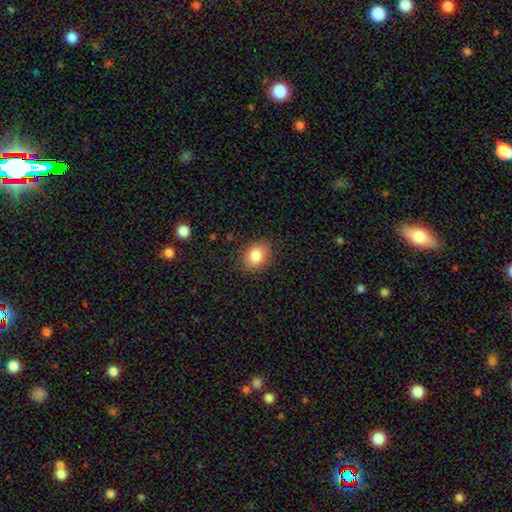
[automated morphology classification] smooth 84%, star or artifact 9%, featured or disk 7%. Down the decision tree: how rounded — in between (58%); merging — none (85%).